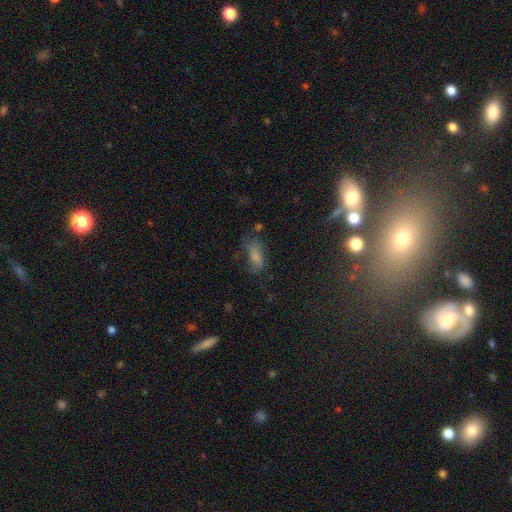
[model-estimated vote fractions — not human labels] Overall: smooth (57%; featured or disk 24%). How rounded: in between (79%). Merging: none (42%; minor disturbance 27%).